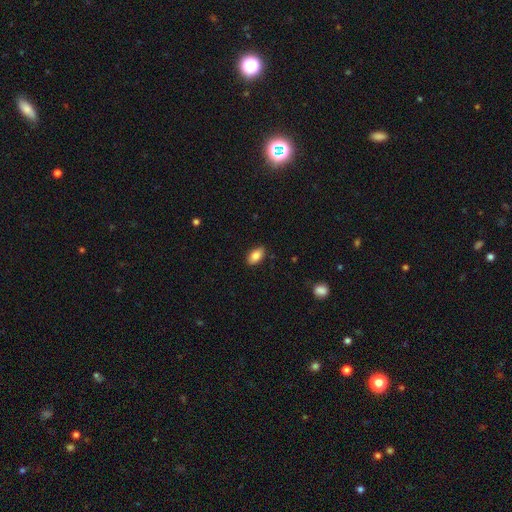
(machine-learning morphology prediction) Overall: smooth (86%). How rounded: in between (93%). Merging: none (87%).